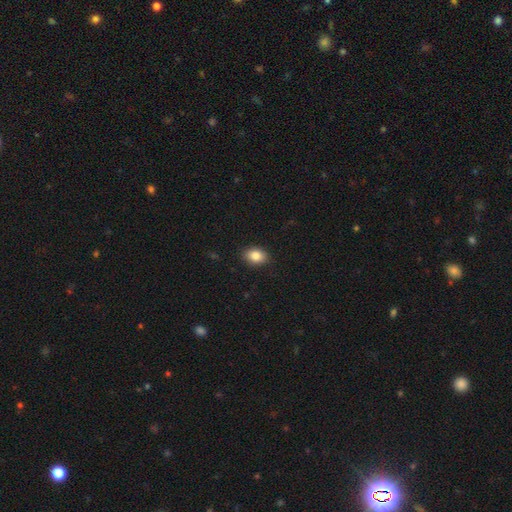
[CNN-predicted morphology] smooth-or-featured: smooth: 85% | star or artifact: 8% | featured or disk: 7%
  how-rounded: in between: 78% | round: 20% | cigar-shaped: 1%
  merging: none: 89% | minor disturbance: 8% | major disturbance: 2% | merger: 1%